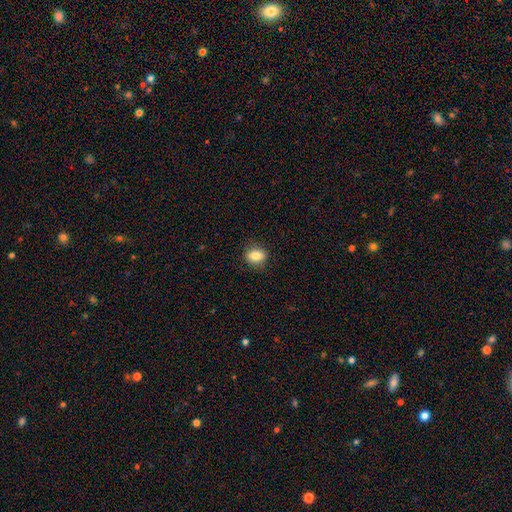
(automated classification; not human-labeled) smooth 81%, featured or disk 10%, star or artifact 10%. Down the decision tree: how rounded — in between (55%); merging — none (86%).